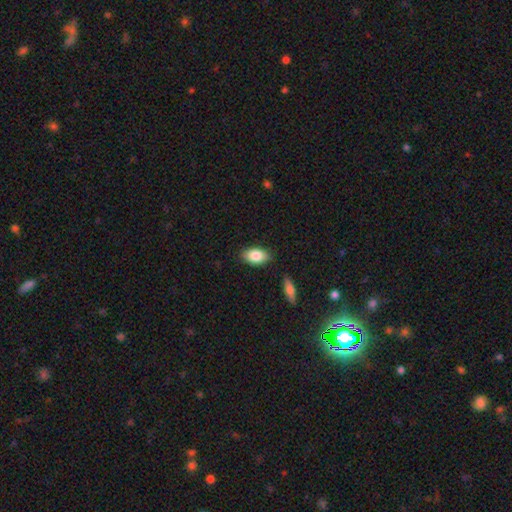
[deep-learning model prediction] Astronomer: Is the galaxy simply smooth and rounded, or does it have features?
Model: smooth — 84%.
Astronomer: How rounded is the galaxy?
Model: in between — 92%.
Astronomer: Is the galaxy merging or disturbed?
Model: none — 84%.